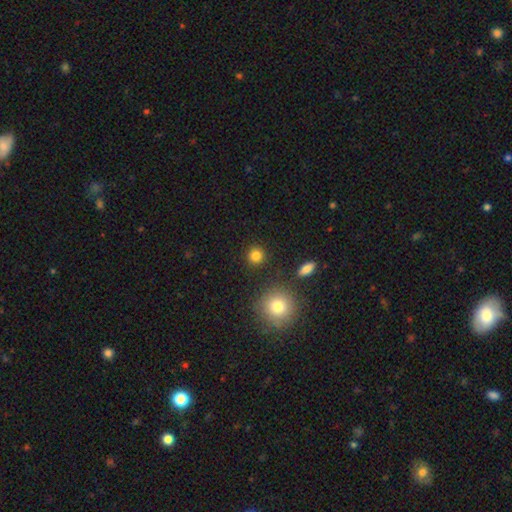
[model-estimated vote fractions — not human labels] Smooth or featured? smooth (84%)
How rounded? round (92%)
Merging? none (89%)